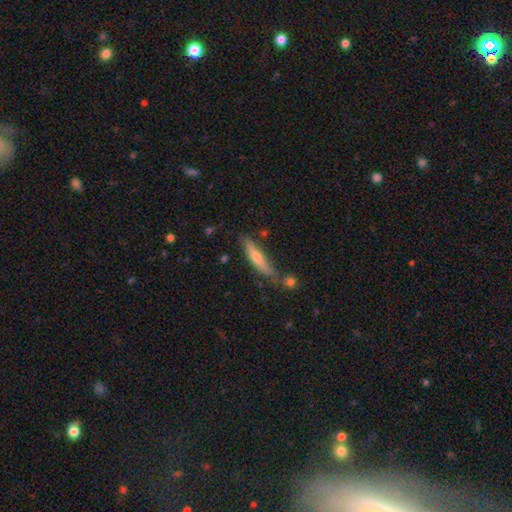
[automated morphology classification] type=featured or disk (54%); edge-on=yes (91%); merging=none (68%).